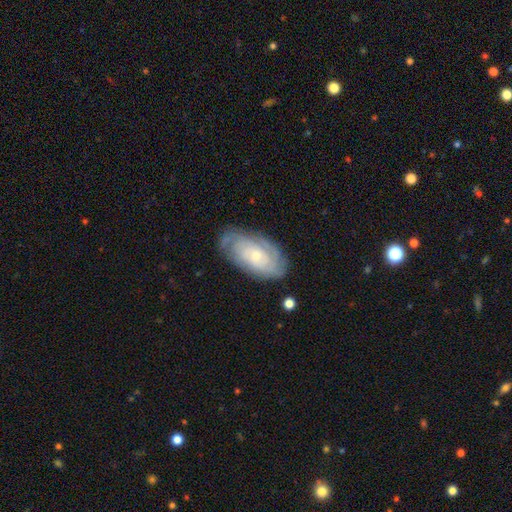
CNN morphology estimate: Overall: featured or disk (70%). Edge-on disk: no (93%). Bar: no (76%). Spiral arms: yes (87%). Spiral arm count: can't tell (52%; 2 21%). Spiral winding: tight (69%). Bulge size: small (65%; moderate 30%). Merging: none (73%).